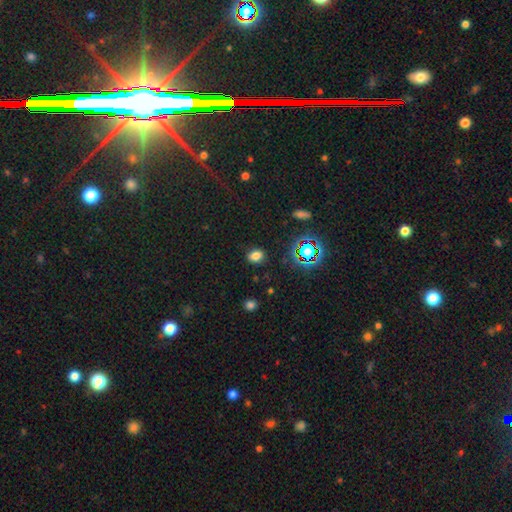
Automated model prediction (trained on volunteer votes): Q: Smooth or featured?
A: smooth (75%); runner-up: star or artifact (19%)
Q: How rounded?
A: in between (64%); runner-up: round (34%)
Q: Merging?
A: none (85%); runner-up: minor disturbance (10%)